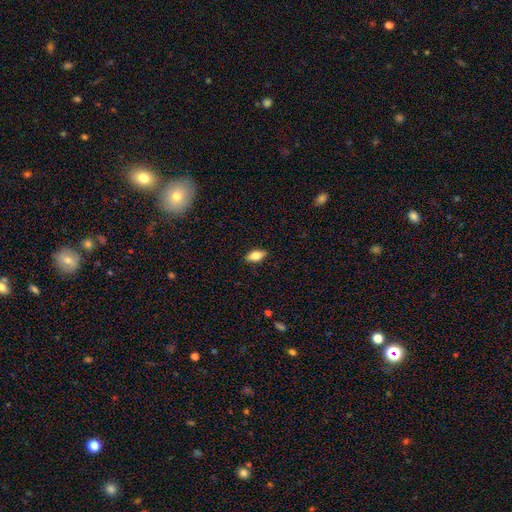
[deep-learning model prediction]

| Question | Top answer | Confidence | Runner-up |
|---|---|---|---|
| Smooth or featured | smooth | 76% | featured or disk (17%) |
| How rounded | in between | 85% | cigar-shaped (11%) |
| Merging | none | 88% | minor disturbance (9%) |